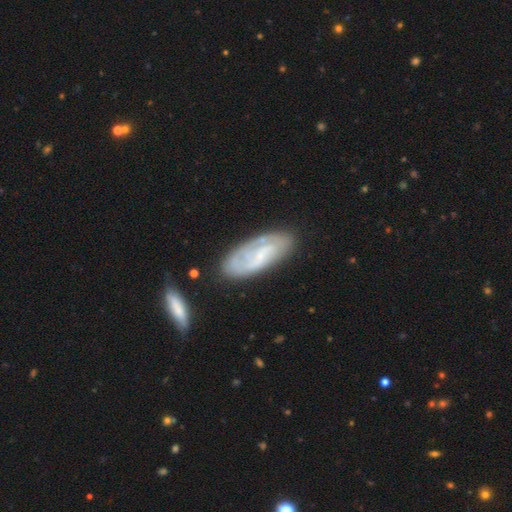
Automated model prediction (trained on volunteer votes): A featured or disk galaxy (59%) with a weak bar (44%), spiral arms (78%) and a small central bulge (49%).

Vote fractions:
- Smooth or featured? featured or disk: 59% / smooth: 33% / star or artifact: 8%
- Edge-on disk? no: 87% / yes: 13%
- Bar? weak: 44% / no: 40% / strong: 16%
- Spiral arms? yes: 78% / no: 22%
- Bulge size? small: 49% / none: 26% / moderate: 21% / large: 3% / dominant: 1%
- Merging? none: 72% / minor disturbance: 18% / merger: 5% / major disturbance: 5%